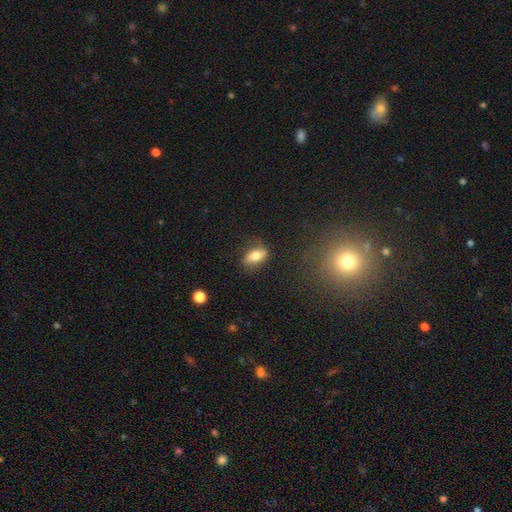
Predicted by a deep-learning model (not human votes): A smooth galaxy with no disk features (72%) that is in between round and cigar-shaped (86%). Merging: none (72%).